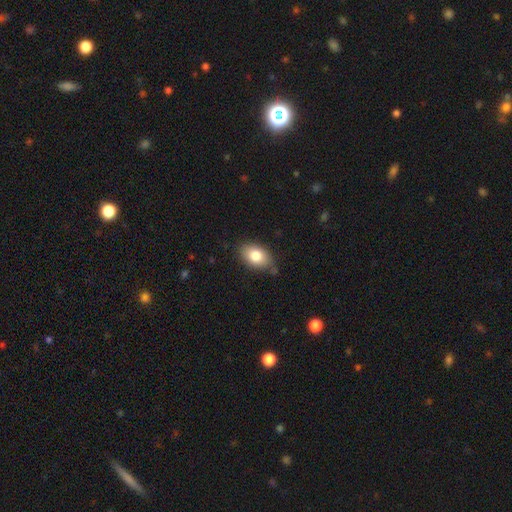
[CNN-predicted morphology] Overall: smooth (80%). How rounded: in between (87%). Merging: none (75%).